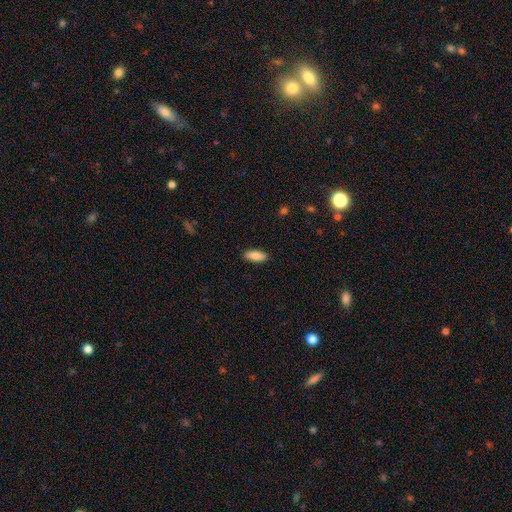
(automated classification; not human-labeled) A smooth galaxy with no disk features (89%) that is in between round and cigar-shaped (78%).

Vote fractions:
- Smooth or featured? smooth: 89% / star or artifact: 6% / featured or disk: 5%
- How rounded? in between: 78% / cigar-shaped: 20% / round: 2%
- Merging? none: 90% / minor disturbance: 8% / major disturbance: 2% / merger: 1%